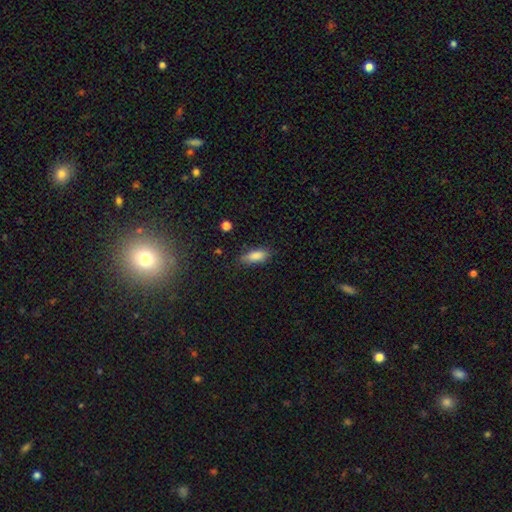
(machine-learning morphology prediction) This appears to be a smooth galaxy with no disk features (86%) that is in between round and cigar-shaped (77%). Merging: none (77%).